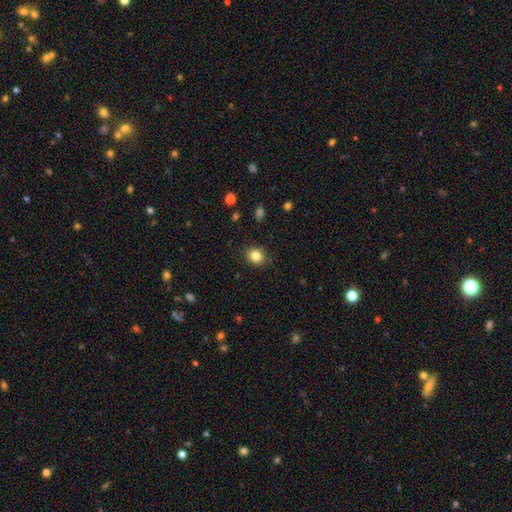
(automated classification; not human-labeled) This is clearly a smooth galaxy (84%). How rounded: likely round (70%). Merging: clearly none (87%).